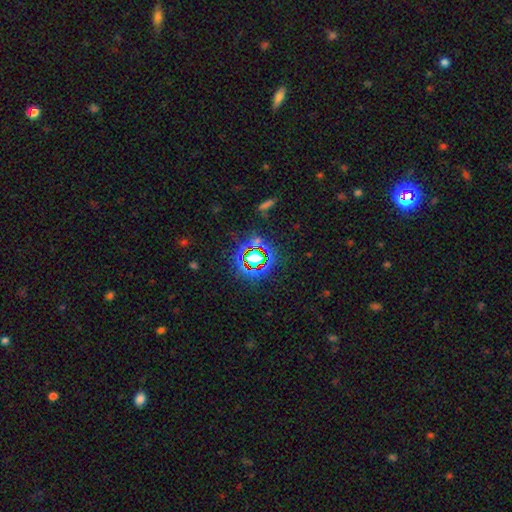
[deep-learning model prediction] This is likely a star or artifact rather than a galaxy (74%).